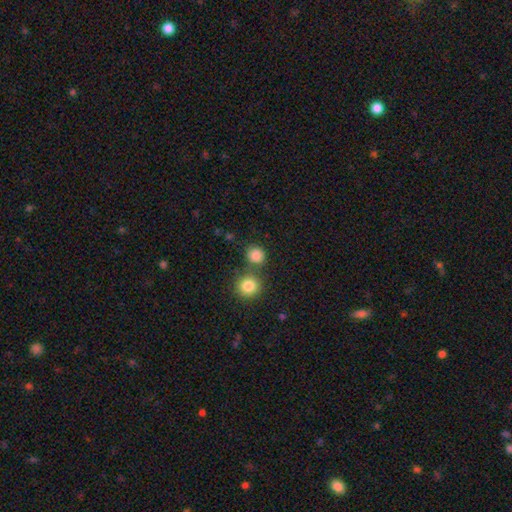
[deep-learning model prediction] Smooth or featured? Predicted: smooth (p=0.84). How rounded? Predicted: round (p=0.86). Merging? Predicted: none (p=0.66).